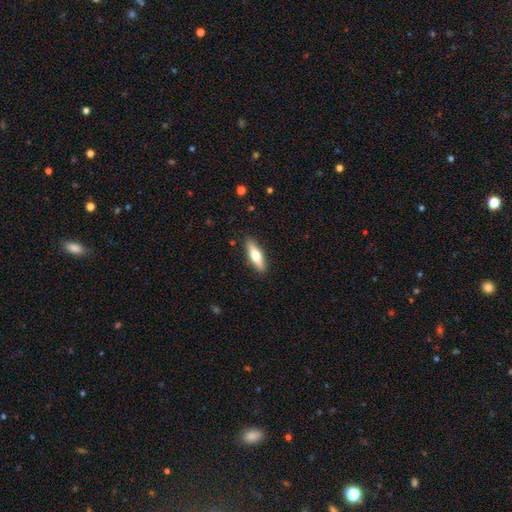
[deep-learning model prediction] smooth 59%, featured or disk 35%, star or artifact 6%. Down the decision tree: how rounded — cigar-shaped (58%); merging — none (89%).